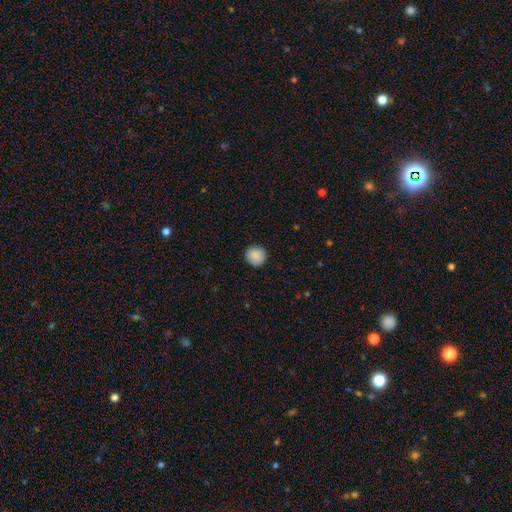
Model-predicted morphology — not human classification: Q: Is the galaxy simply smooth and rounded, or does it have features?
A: smooth — 88%.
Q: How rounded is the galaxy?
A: round — 92%.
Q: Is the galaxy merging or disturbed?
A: none — 91%.